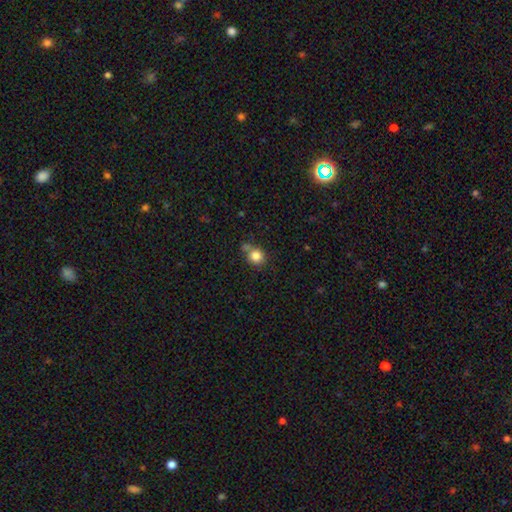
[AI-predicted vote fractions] This is clearly a smooth galaxy (83%). How rounded: clearly round (86%). Merging: likely none (64%).